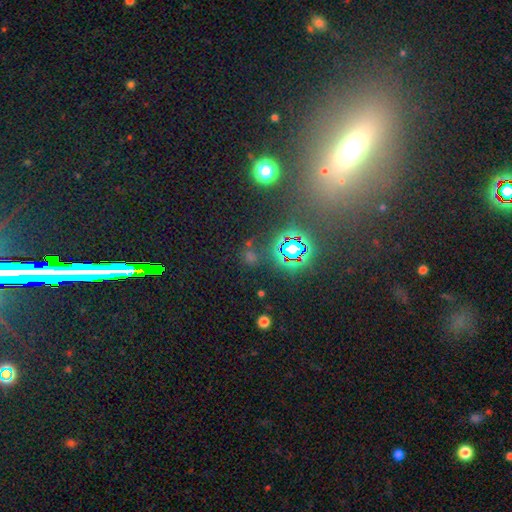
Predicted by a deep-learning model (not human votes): smooth-or-featured: star or artifact: 70% | smooth: 21% | featured or disk: 9%